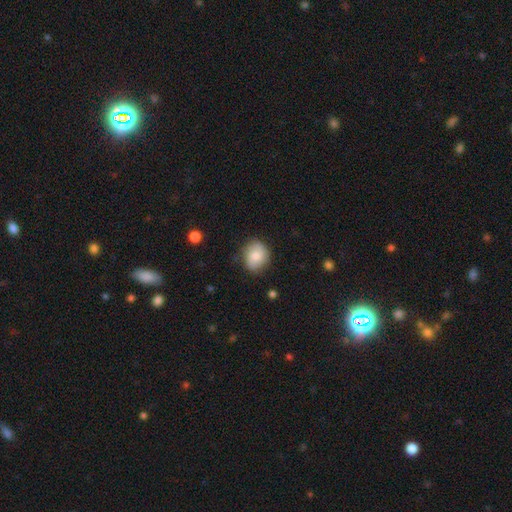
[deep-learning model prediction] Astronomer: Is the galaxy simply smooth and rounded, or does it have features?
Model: smooth — 69%.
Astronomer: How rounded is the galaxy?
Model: round — 66%.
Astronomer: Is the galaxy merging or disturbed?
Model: none — 76%.